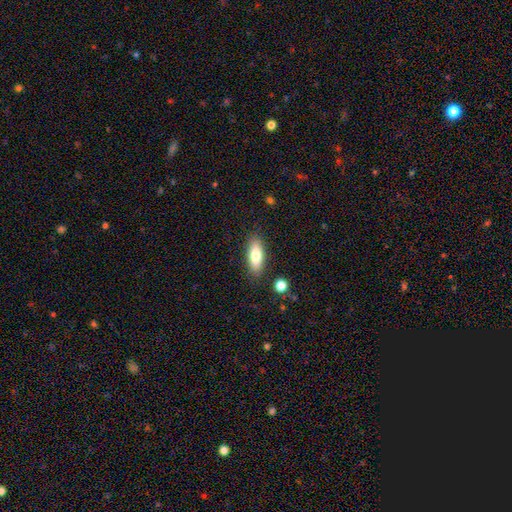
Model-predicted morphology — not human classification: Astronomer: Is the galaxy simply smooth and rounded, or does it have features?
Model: smooth — 76%.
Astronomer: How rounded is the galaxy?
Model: in between — 69%.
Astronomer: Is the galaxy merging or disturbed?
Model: none — 86%.